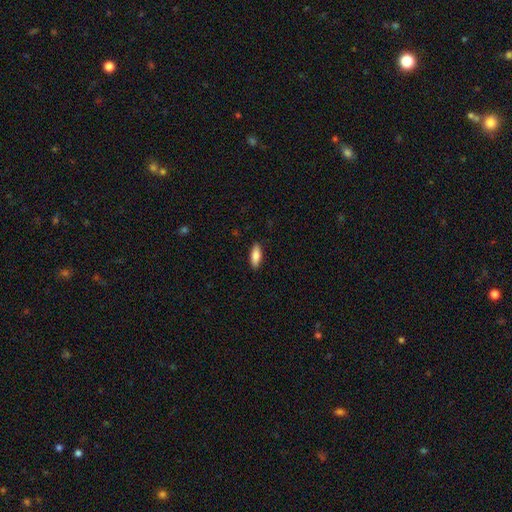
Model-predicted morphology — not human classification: Smooth or featured: smooth — 85% (featured or disk — 9%)
How rounded: in between — 73% (cigar-shaped — 25%)
Merging: none — 89% (minor disturbance — 8%)